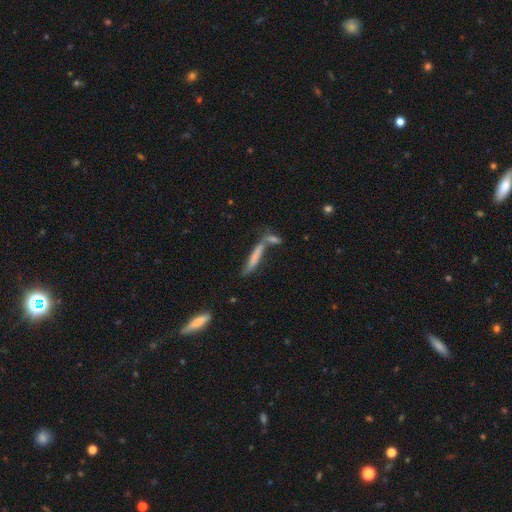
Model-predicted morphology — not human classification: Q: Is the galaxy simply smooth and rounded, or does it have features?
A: smooth — 60%.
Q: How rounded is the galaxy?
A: cigar-shaped — 92%.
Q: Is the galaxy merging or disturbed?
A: none — 58%.